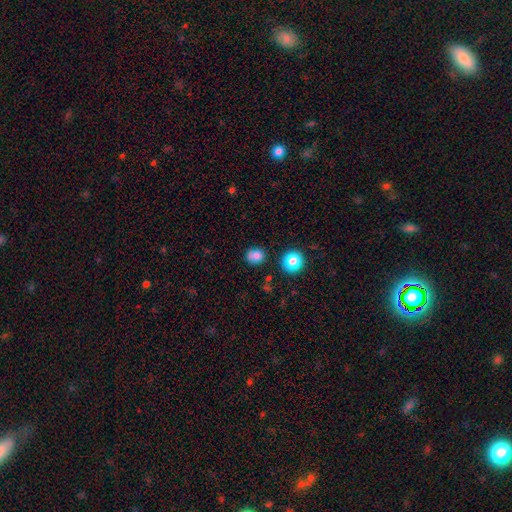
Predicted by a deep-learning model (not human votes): smooth_or_featured: smooth (p=0.81) [alt: star or artifact p=0.13]
how_rounded: round (p=0.69) [alt: in between p=0.30]
merging: none (p=0.71) [alt: minor disturbance p=0.18]